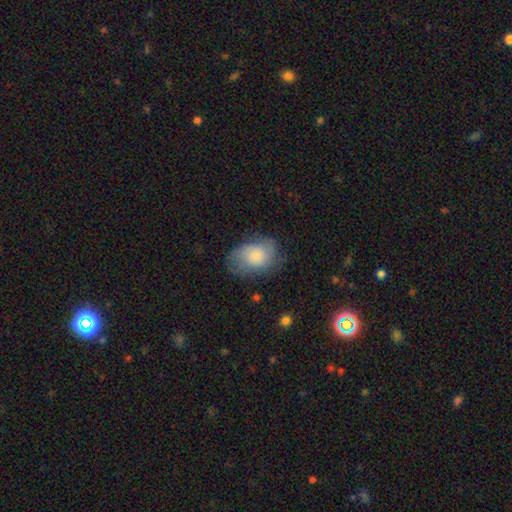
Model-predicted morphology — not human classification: This appears to be a smooth galaxy with no disk features (58%) that is in between round and cigar-shaped (76%). Merging: none (57%).